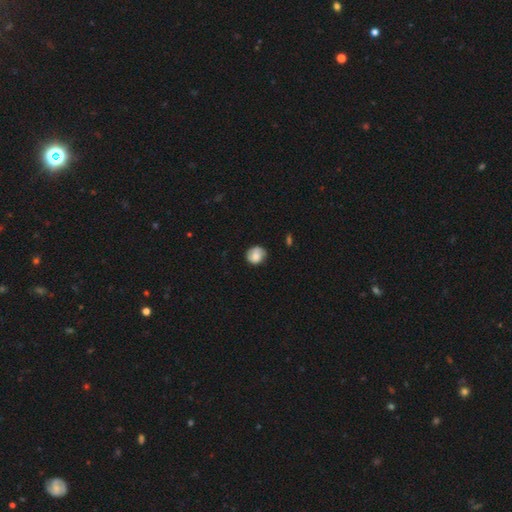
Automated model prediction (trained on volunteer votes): A smooth galaxy with no disk features (67%) that is round (78%). Merging: none (69%).